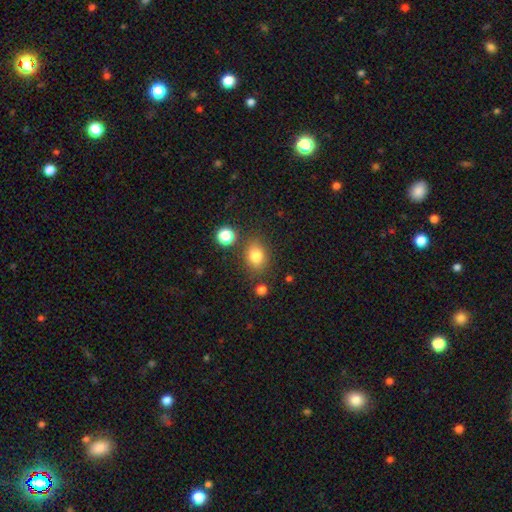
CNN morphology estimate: Smooth or featured: smooth — 80% (star or artifact — 13%)
How rounded: in between — 56% (round — 43%)
Merging: none — 79% (minor disturbance — 12%)